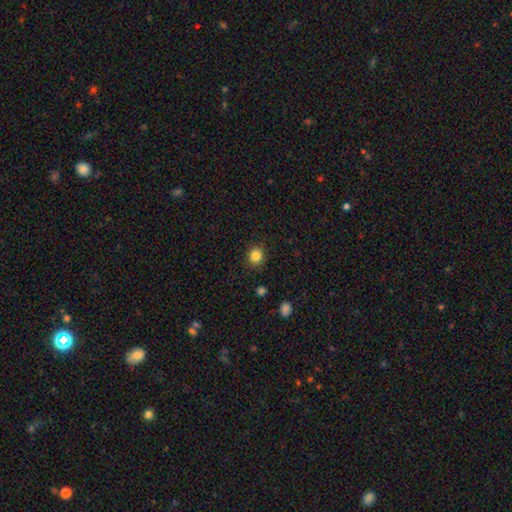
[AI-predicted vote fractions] Smooth or featured? Predicted: smooth (p=0.84). How rounded? Predicted: round (p=0.84). Merging? Predicted: none (p=0.89).